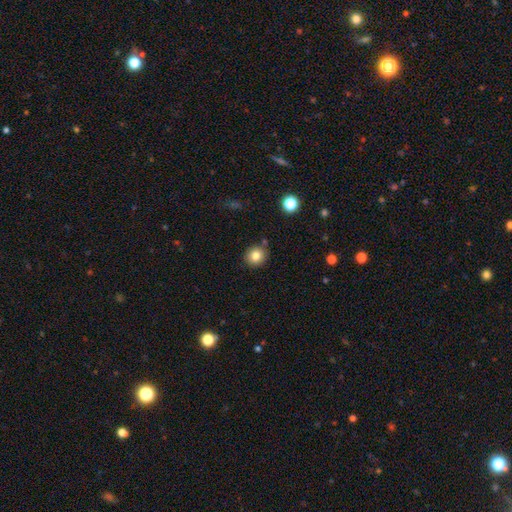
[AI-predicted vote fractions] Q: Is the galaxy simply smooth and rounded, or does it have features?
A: smooth — 82%.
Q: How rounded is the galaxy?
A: round — 86%.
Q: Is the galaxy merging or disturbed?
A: none — 85%.